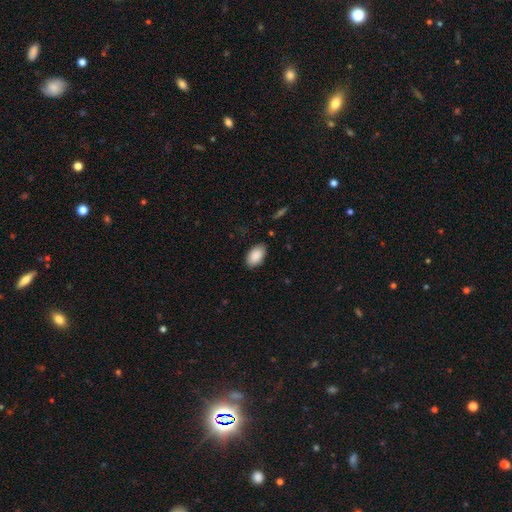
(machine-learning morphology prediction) smooth 90%, star or artifact 6%, featured or disk 4%. Down the decision tree: how rounded — in between (94%); merging — none (86%).